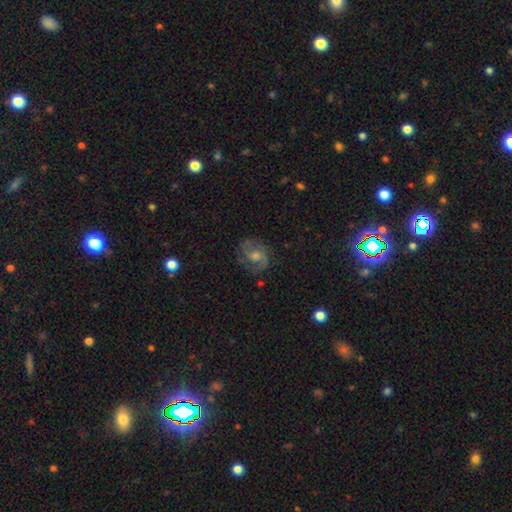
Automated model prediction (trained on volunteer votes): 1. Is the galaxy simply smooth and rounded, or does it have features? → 68% featured or disk, 19% smooth, 13% star or artifact.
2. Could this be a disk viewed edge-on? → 97% no, 3% yes.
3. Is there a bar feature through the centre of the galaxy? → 56% no, 37% weak, 7% strong.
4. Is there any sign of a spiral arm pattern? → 91% yes, 9% no.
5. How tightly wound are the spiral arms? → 52% medium, 29% tight, 19% loose.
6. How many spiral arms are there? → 66% 2, 15% can't tell, 10% 3, 4% 1, 3% 4, 3% more than 4.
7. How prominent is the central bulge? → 59% moderate, 26% small, 9% large, 5% none, 1% dominant.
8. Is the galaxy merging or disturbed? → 76% none, 15% minor disturbance, 7% major disturbance, 1% merger.